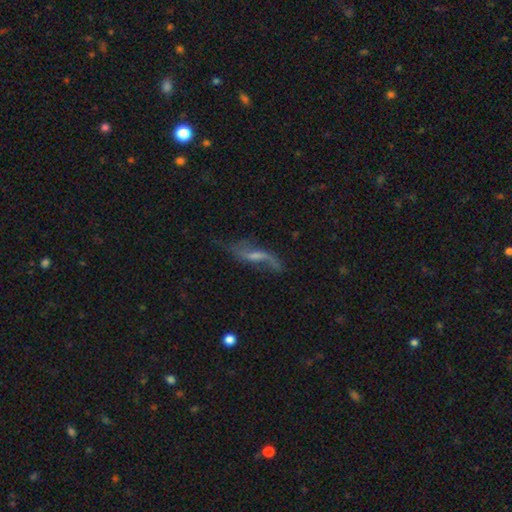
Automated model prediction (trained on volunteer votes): Smooth or featured?
  - featured or disk: 70% *
  - smooth: 18%
  - star or artifact: 11%
Edge-on disk?
  - no: 78% *
  - yes: 22%
Bar?
  - no: 42% *
  - weak: 40%
  - strong: 18%
Spiral arms?
  - yes: 82% *
  - no: 18%
Bulge size?
  - small: 48% *
  - moderate: 27%
  - none: 21%
  - large: 3%
  - dominant: 1%
Merging?
  - none: 53% *
  - minor disturbance: 22%
  - major disturbance: 21%
  - merger: 5%